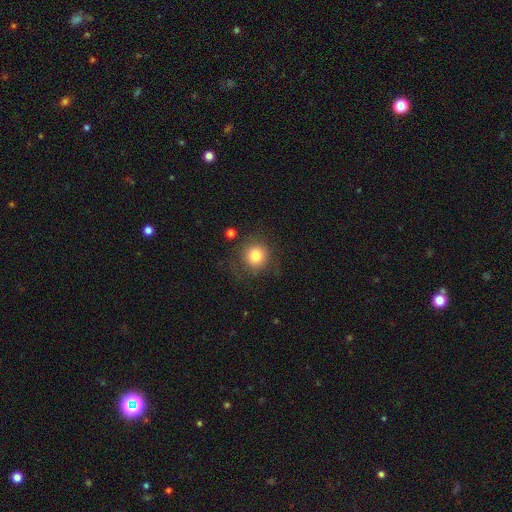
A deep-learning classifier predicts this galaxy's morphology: smooth-or-featured: smooth: 80% | star or artifact: 11% | featured or disk: 9%
  how-rounded: round: 92% | in between: 7% | cigar-shaped: 1%
  merging: none: 79% | minor disturbance: 13% | major disturbance: 6% | merger: 2%